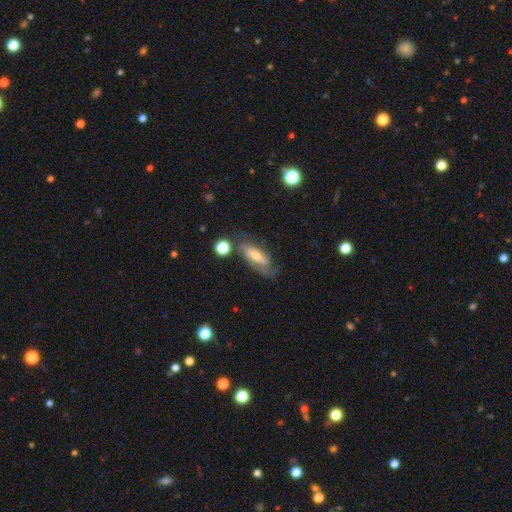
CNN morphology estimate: This appears to be a featured or disk galaxy (67%) with no bar (43%), spiral arms (81%) and a moderate central bulge (50%). Merging: none (67%).